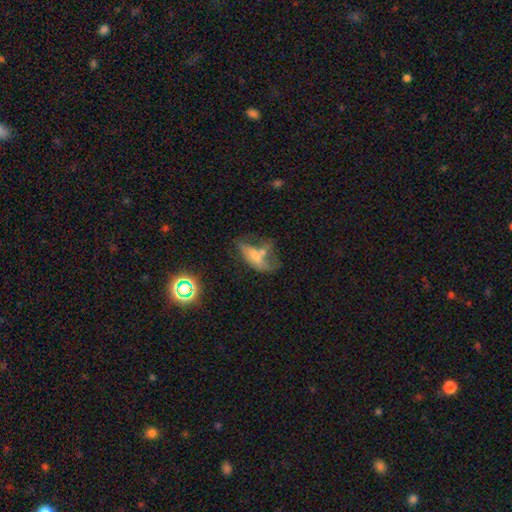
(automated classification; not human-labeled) Q: Smooth or featured?
A: smooth (49%); runner-up: featured or disk (38%)
Q: Merging?
A: merger (34%); runner-up: none (24%)